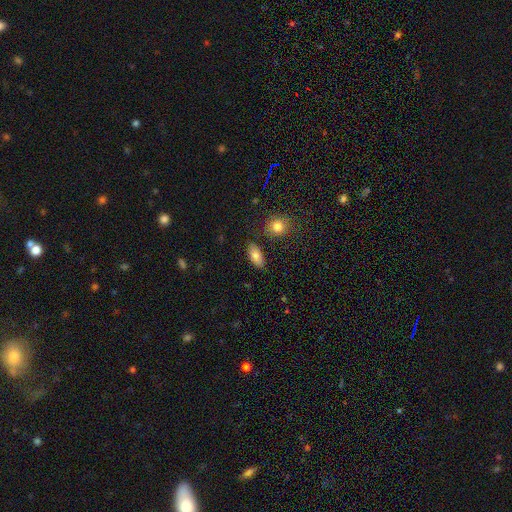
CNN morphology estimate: smooth-or-featured: smooth: 80% | featured or disk: 12% | star or artifact: 8%
  how-rounded: in between: 89% | cigar-shaped: 7% | round: 4%
  merging: none: 82% | minor disturbance: 11% | merger: 4% | major disturbance: 3%